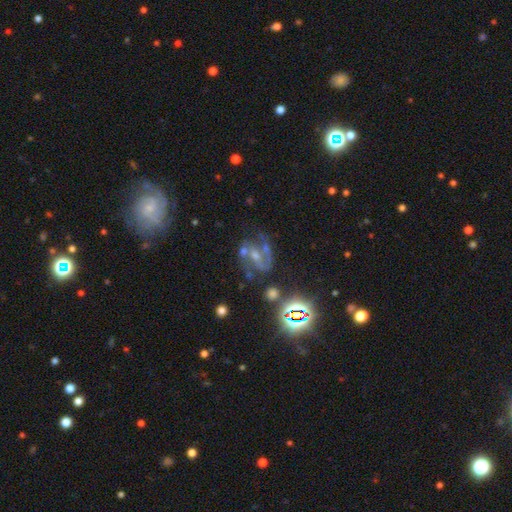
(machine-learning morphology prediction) The model was most divided on "bulge size": moderate: 43%, small: 41%, none: 10%, large: 5%, dominant: 2%. Remaining: edge-on disk — no (96%); spiral arms — yes (81%); smooth or featured — featured or disk (63%); merging — none (42%); bar — weak (38%).